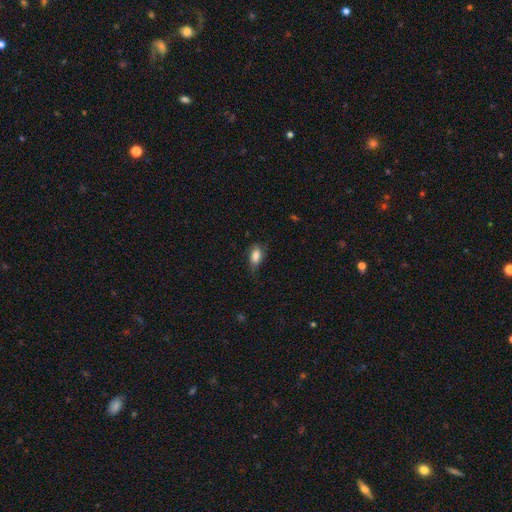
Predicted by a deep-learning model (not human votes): Smooth or featured? Predicted: smooth (p=0.81). How rounded? Predicted: in between (p=0.87). Merging? Predicted: none (p=0.59).